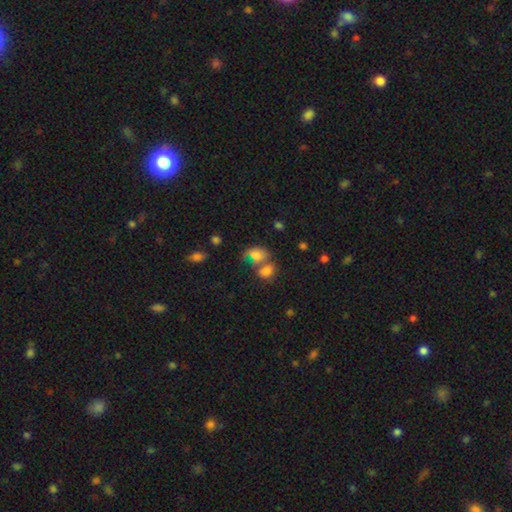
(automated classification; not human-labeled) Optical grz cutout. It shows a smooth galaxy with no disk features (72%) that is in between round and cigar-shaped (73%). Merging: merger (53%).